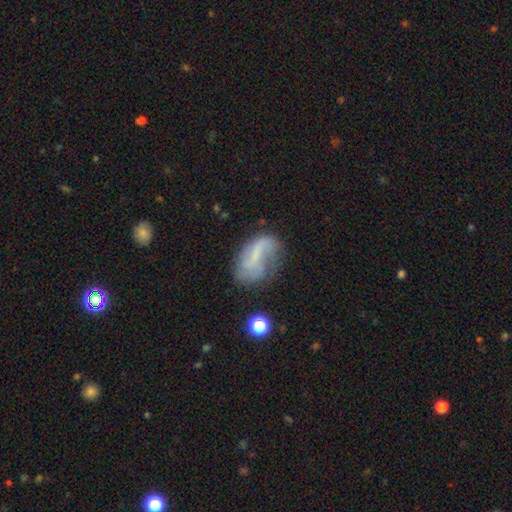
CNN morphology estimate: Smooth or featured: featured or disk — 54% (smooth — 35%)
Edge-on disk: no — 96% (yes — 4%)
Bar: no — 41% (weak — 37%)
Spiral arms: yes — 68% (no — 32%)
Bulge size: none — 61% (small — 27%)
Merging: none — 44% (minor disturbance — 27%)